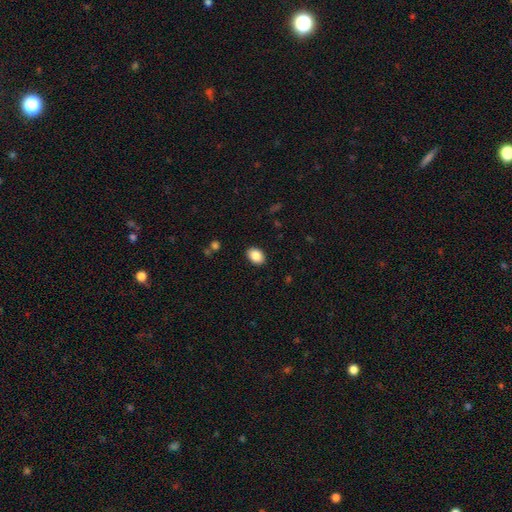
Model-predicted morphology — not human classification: Smooth or featured?
  - smooth: 88% *
  - star or artifact: 8%
  - featured or disk: 4%
How rounded?
  - in between: 77% *
  - round: 22%
  - cigar-shaped: 1%
Merging?
  - none: 89% *
  - minor disturbance: 8%
  - major disturbance: 2%
  - merger: 1%